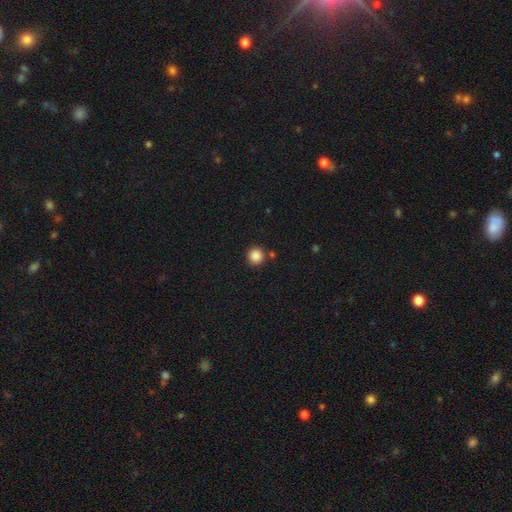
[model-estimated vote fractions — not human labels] Smooth or featured: smooth — 87% (star or artifact — 10%)
How rounded: round — 95% (in between — 4%)
Merging: none — 86% (minor disturbance — 7%)